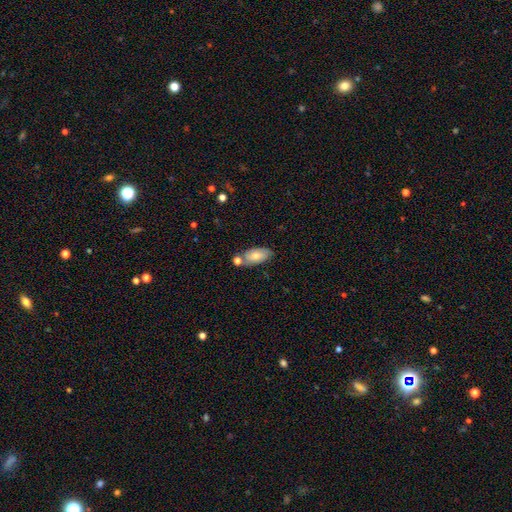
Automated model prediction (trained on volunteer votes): Smooth or featured: smooth — 69% (featured or disk — 24%)
How rounded: in between — 91% (cigar-shaped — 6%)
Merging: none — 58% (merger — 20%)